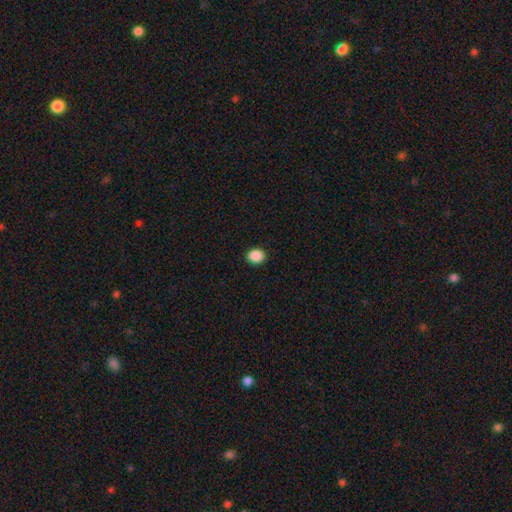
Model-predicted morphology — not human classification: A smooth galaxy with no disk features (89%) that is round (61%). Merging: none (92%).